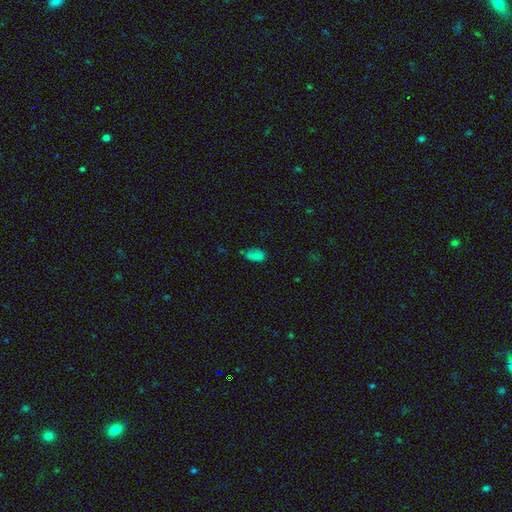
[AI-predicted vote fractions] smooth_or_featured: smooth (p=0.72) [alt: star or artifact p=0.20]
how_rounded: in between (p=0.90) [alt: round p=0.06]
merging: none (p=0.55) [alt: minor disturbance p=0.28]